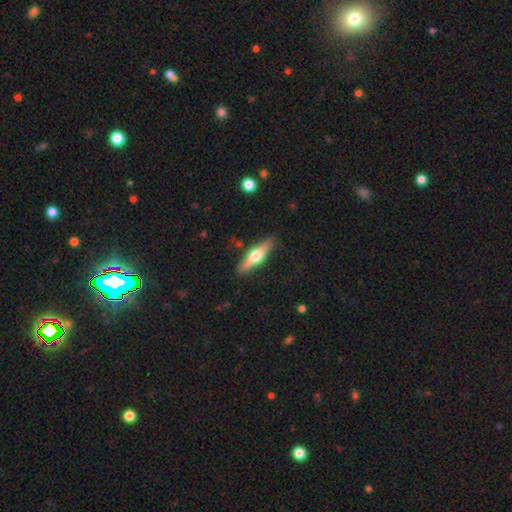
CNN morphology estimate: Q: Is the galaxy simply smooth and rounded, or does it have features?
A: featured or disk — 50%.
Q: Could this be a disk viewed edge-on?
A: yes — 92%.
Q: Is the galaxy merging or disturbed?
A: none — 87%.